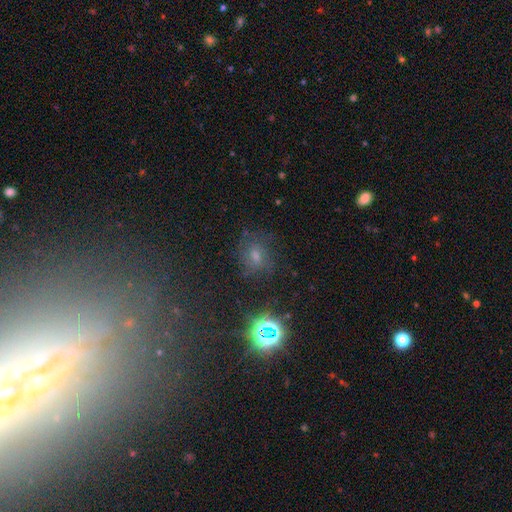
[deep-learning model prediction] This is marginally a star or artifact rather than a galaxy (39%).